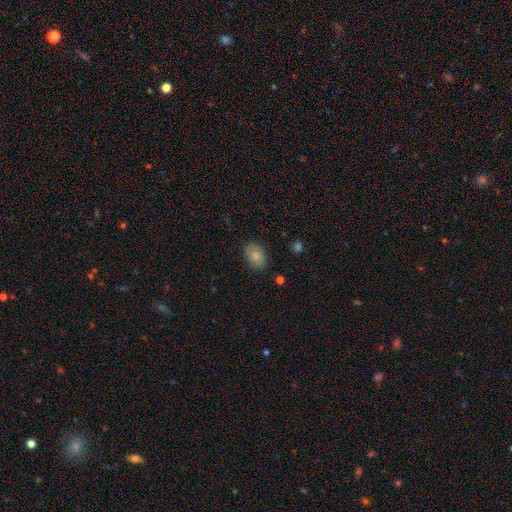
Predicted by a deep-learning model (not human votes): Smooth or featured? Predicted: smooth (p=0.83). How rounded? Predicted: in between (p=0.84). Merging? Predicted: none (p=0.83).